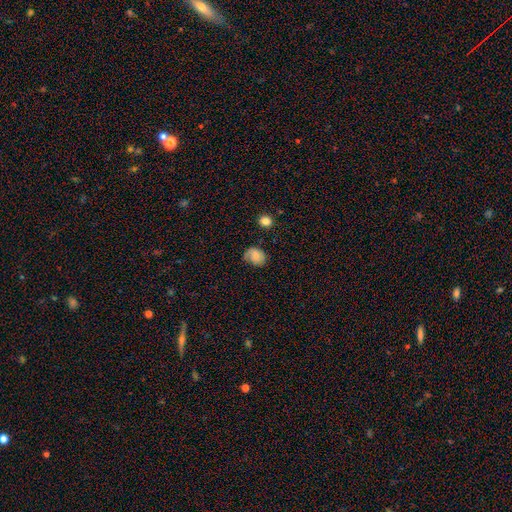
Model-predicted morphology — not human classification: This is likely a smooth galaxy (68%). How rounded: possibly in between (55%). Merging: possibly none (56%).